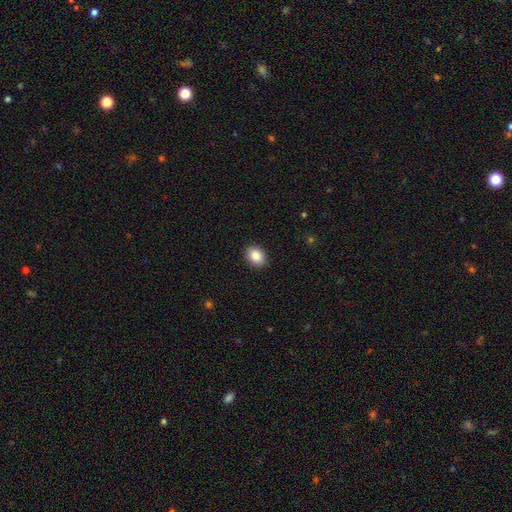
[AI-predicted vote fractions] smooth-or-featured: smooth: 88% | star or artifact: 8% | featured or disk: 5%
  how-rounded: in between: 70% | round: 29% | cigar-shaped: 1%
  merging: none: 90% | minor disturbance: 7% | major disturbance: 2% | merger: 1%